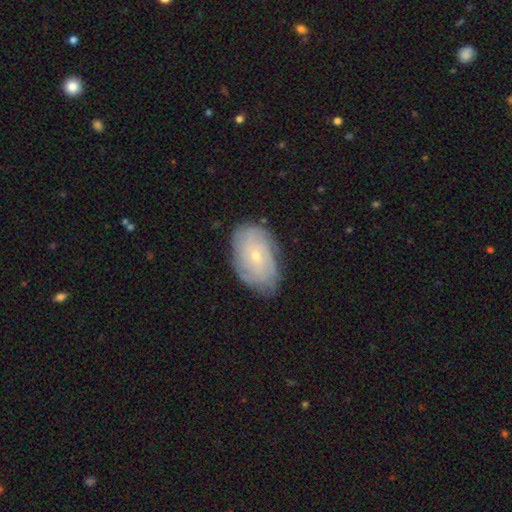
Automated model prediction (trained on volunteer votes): smooth_or_featured: featured or disk (p=0.68) [alt: smooth p=0.25]
disk_edge_on: no (p=0.95) [alt: yes p=0.05]
bar: no (p=0.77) [alt: weak p=0.19]
has_spiral_arms: yes (p=0.89) [alt: no p=0.11]
spiral_winding: tight (p=0.72) [alt: medium p=0.21]
spiral_arm_count: can't tell (p=0.50) [alt: 4 p=0.14]
bulge_size: small (p=0.77) [alt: moderate p=0.20]
merging: none (p=0.80) [alt: minor disturbance p=0.15]